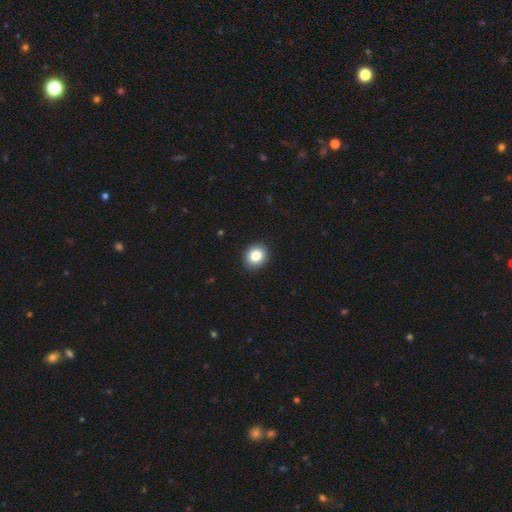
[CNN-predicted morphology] Smooth or featured? Predicted: smooth (p=0.84). How rounded? Predicted: round (p=0.60). Merging? Predicted: none (p=0.91).